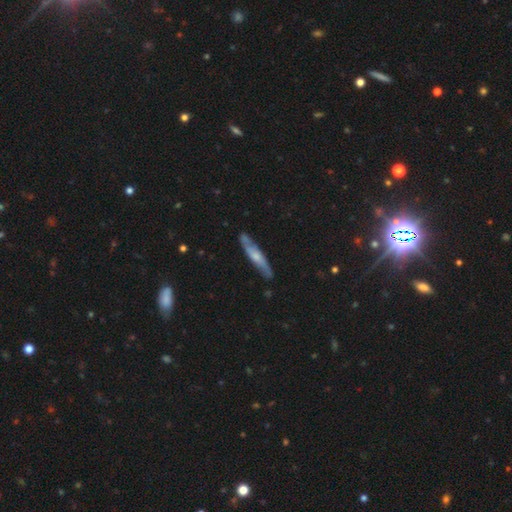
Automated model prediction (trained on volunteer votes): The model was most divided on "smooth or featured": featured or disk: 54%, smooth: 41%, star or artifact: 5%. More confident: merging — none (80%); edge-on disk — yes (72%).